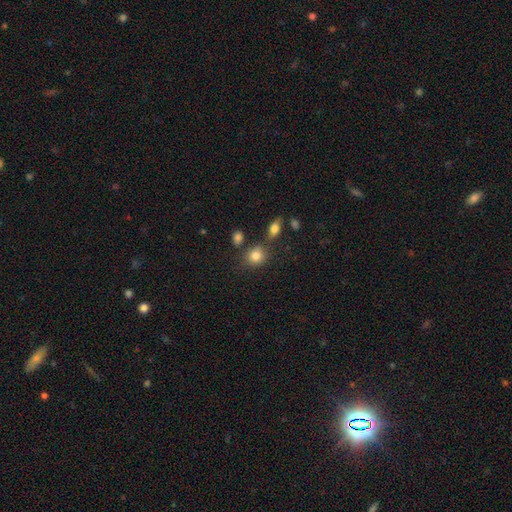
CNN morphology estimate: smooth-or-featured: smooth: 82% | star or artifact: 10% | featured or disk: 8%
  how-rounded: round: 70% | in between: 28% | cigar-shaped: 1%
  merging: none: 69% | minor disturbance: 14% | merger: 12% | major disturbance: 5%